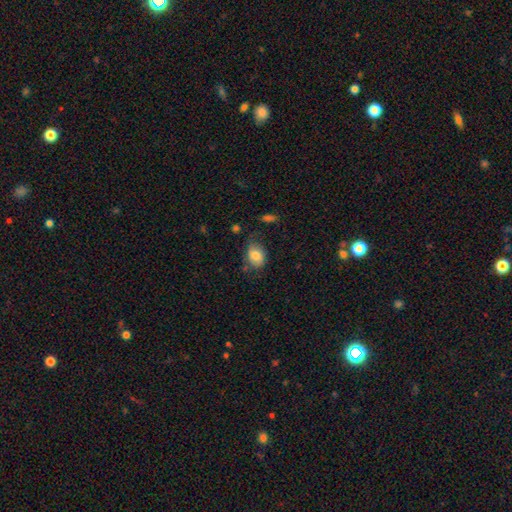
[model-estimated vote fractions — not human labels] Q: Smooth or featured?
A: smooth (81%); runner-up: featured or disk (11%)
Q: How rounded?
A: in between (65%); runner-up: round (34%)
Q: Merging?
A: none (58%); runner-up: minor disturbance (30%)